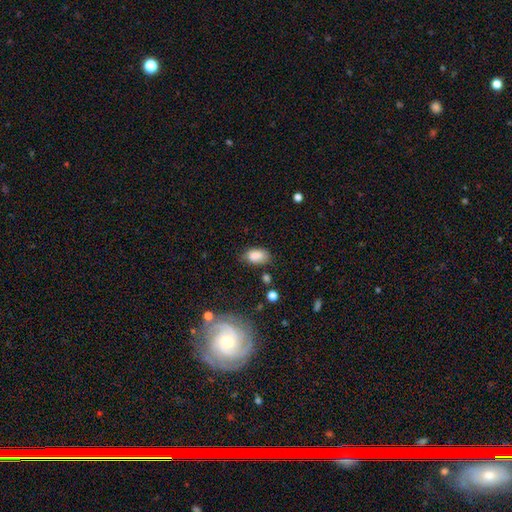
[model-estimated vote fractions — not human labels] A smooth galaxy with no disk features (84%) that is in between round and cigar-shaped (90%). Merging: none (62%).